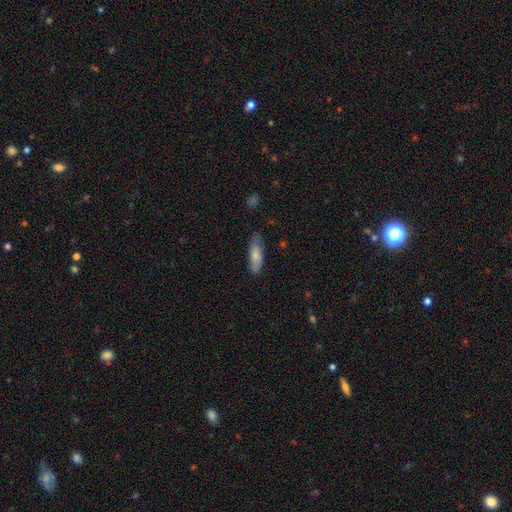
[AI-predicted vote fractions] smooth_or_featured: smooth (p=0.77) [alt: featured or disk p=0.18]
how_rounded: in between (p=0.56) [alt: cigar-shaped p=0.42]
merging: none (p=0.73) [alt: minor disturbance p=0.22]